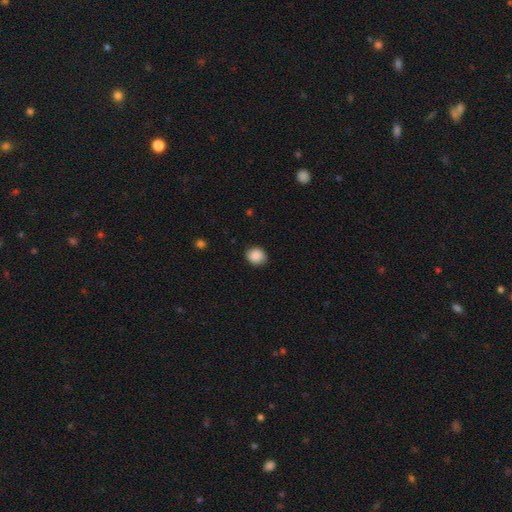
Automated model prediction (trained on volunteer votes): smooth 89%, star or artifact 8%, featured or disk 3%. Down the decision tree: how rounded — round (76%); merging — none (87%).